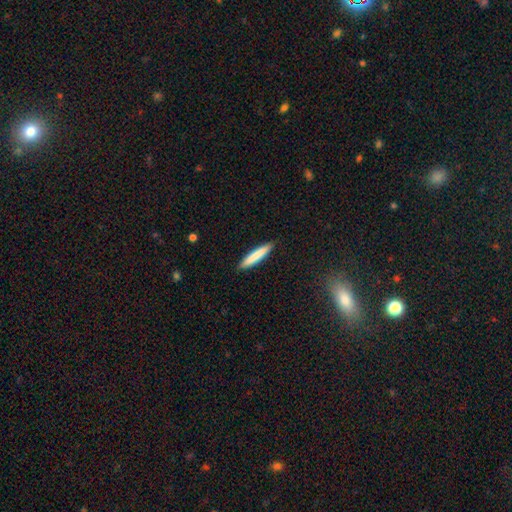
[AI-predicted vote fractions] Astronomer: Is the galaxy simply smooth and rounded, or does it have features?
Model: smooth — 81%.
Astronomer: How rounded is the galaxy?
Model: cigar-shaped — 91%.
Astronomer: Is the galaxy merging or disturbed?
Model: none — 90%.